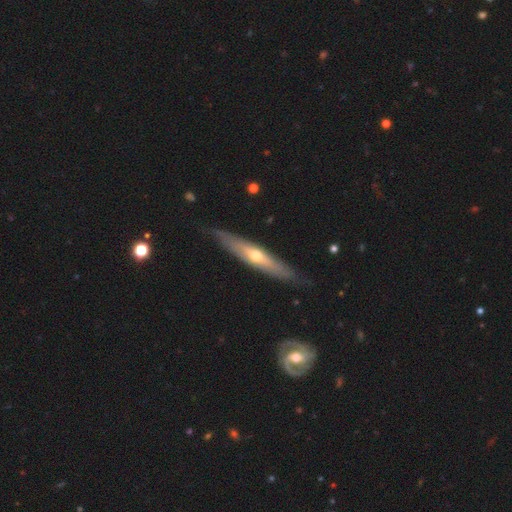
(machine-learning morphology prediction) Q: Smooth or featured?
A: featured or disk (60%); runner-up: smooth (35%)
Q: Edge-on disk?
A: yes (77%); runner-up: no (23%)
Q: Merging?
A: none (80%); runner-up: minor disturbance (15%)